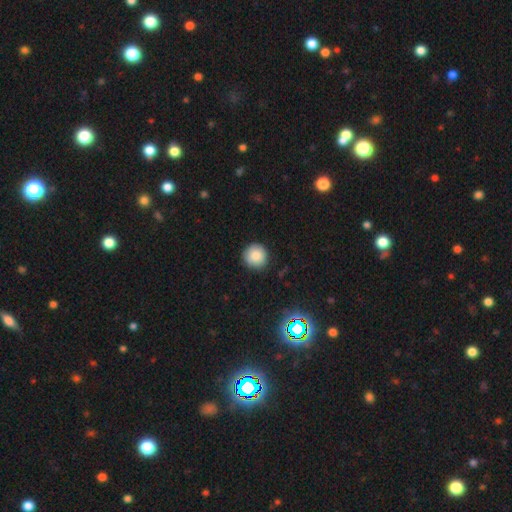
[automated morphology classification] type=smooth (86%); roundness=round (94%); merging=none (89%).